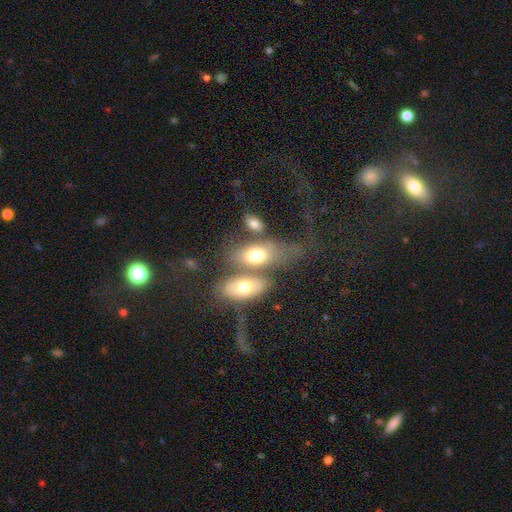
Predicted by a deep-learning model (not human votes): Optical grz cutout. It shows a smooth galaxy with no disk features (65%) that is in between round and cigar-shaped (87%). Merging: merger (44%).